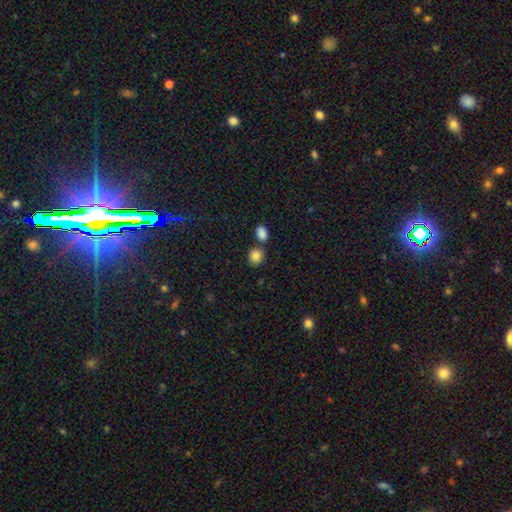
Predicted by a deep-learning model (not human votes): Smooth or featured? Predicted: smooth (p=0.85). How rounded? Predicted: round (p=0.75). Merging? Predicted: none (p=0.69).